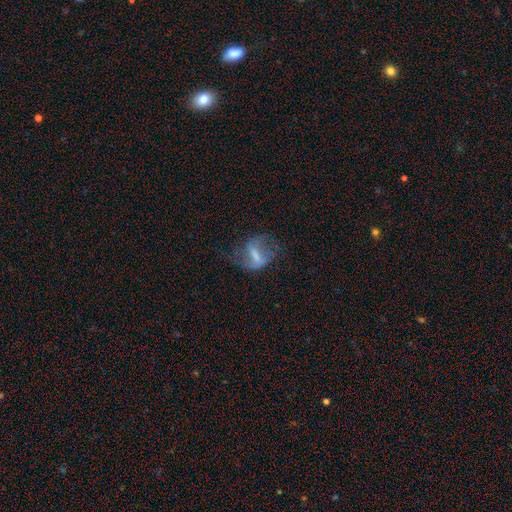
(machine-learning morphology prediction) A featured or disk galaxy (58%) with a strong bar (48%), spiral arms (53%) and no central bulge (36%). Merging: none (47%).